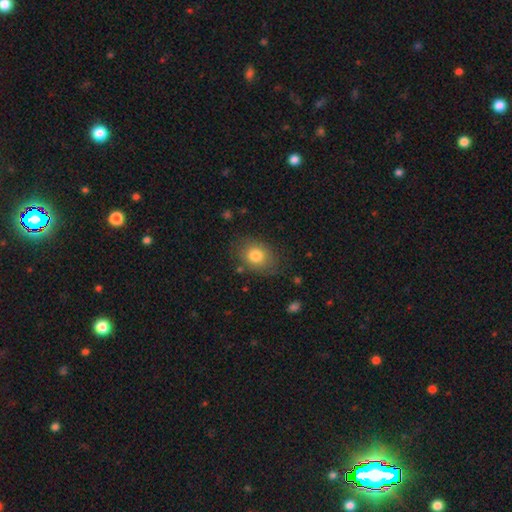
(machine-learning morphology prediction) Smooth or featured? Predicted: smooth (p=0.80). How rounded? Predicted: in between (p=0.60). Merging? Predicted: none (p=0.78).